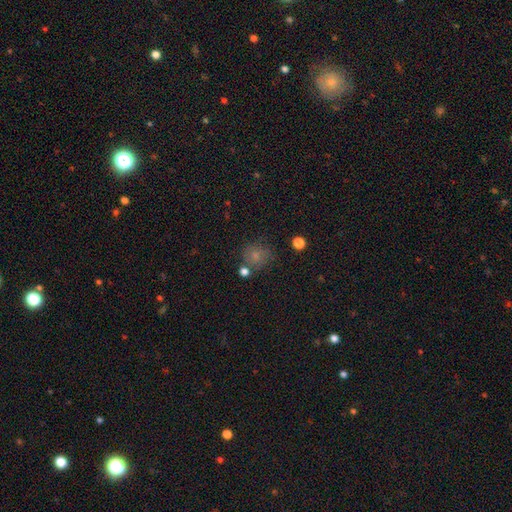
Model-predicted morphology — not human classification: This is likely a smooth galaxy (74%). How rounded: clearly round (83%). Merging: likely none (67%).